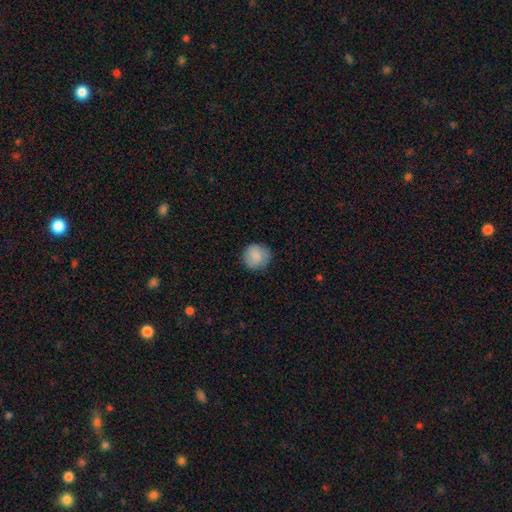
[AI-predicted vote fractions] Q: Smooth or featured?
A: smooth (86%); runner-up: featured or disk (7%)
Q: How rounded?
A: round (92%); runner-up: in between (7%)
Q: Merging?
A: none (86%); runner-up: minor disturbance (11%)